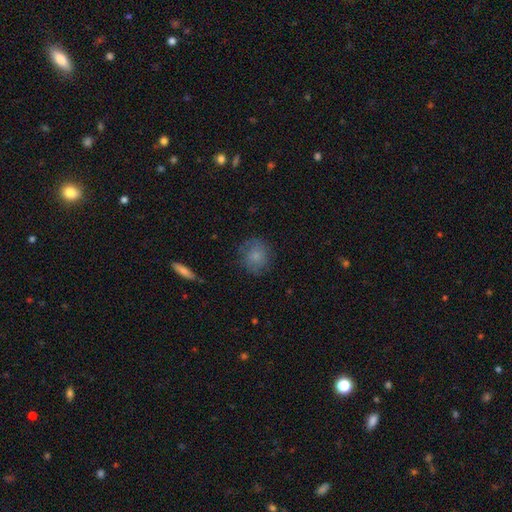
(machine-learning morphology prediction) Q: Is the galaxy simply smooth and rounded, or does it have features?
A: smooth — 71%.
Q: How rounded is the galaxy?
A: round — 83%.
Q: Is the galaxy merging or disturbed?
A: none — 74%.